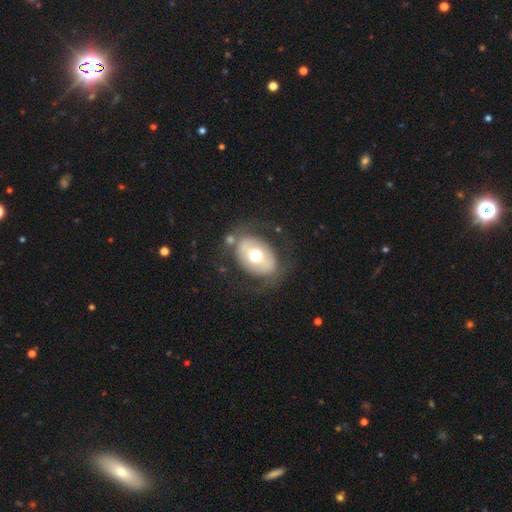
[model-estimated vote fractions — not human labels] Overall: featured or disk (49%; smooth 45%). Merging: none (68%).